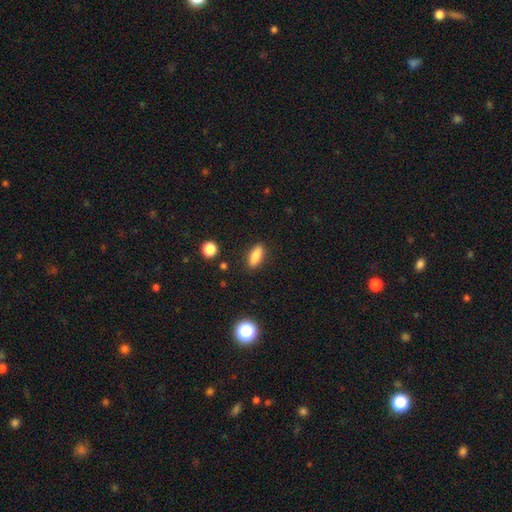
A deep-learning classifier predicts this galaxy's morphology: A smooth galaxy with no disk features (82%) that is in between round and cigar-shaped (76%).

Vote fractions:
- Smooth or featured? smooth: 82% / featured or disk: 9% / star or artifact: 8%
- How rounded? in between: 76% / cigar-shaped: 21% / round: 4%
- Merging? none: 88% / minor disturbance: 9% / major disturbance: 2% / merger: 2%